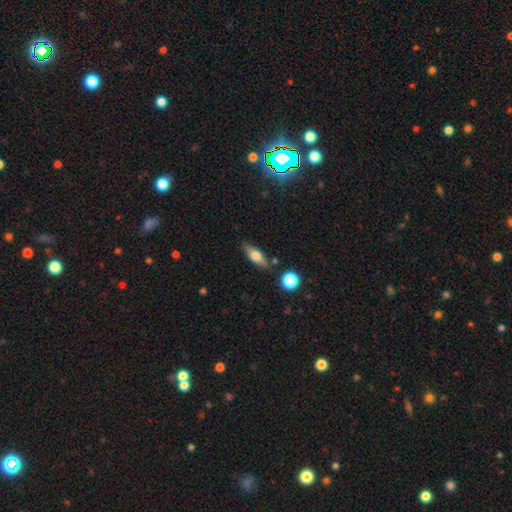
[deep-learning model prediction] smooth-or-featured: smooth: 61% | featured or disk: 31% | star or artifact: 8%
  how-rounded: in between: 64% | cigar-shaped: 31% | round: 5%
  merging: none: 80% | minor disturbance: 12% | merger: 5% | major disturbance: 3%